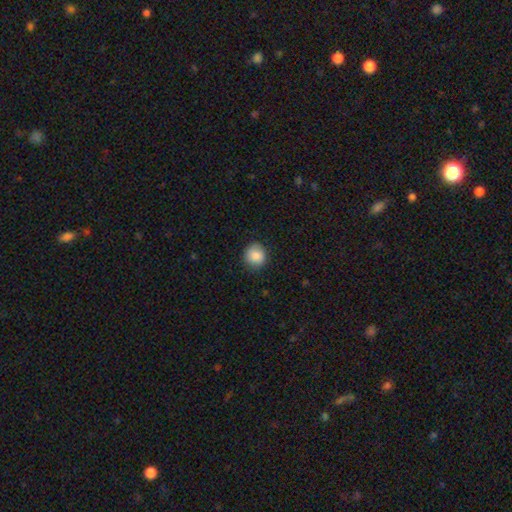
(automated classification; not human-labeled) This is clearly a smooth galaxy (86%). How rounded: clearly round (88%). Merging: clearly none (86%).